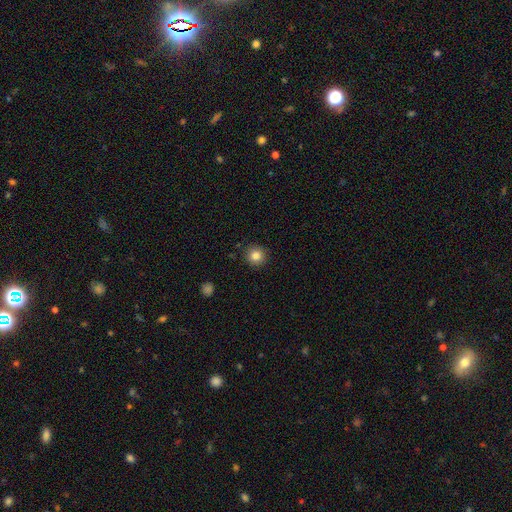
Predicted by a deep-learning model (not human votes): A smooth galaxy with no disk features (84%) that is round (94%).

Vote fractions:
- Smooth or featured? smooth: 84% / star or artifact: 11% / featured or disk: 6%
- How rounded? round: 94% / in between: 5% / cigar-shaped: 1%
- Merging? none: 91% / minor disturbance: 6% / major disturbance: 2% / merger: 1%